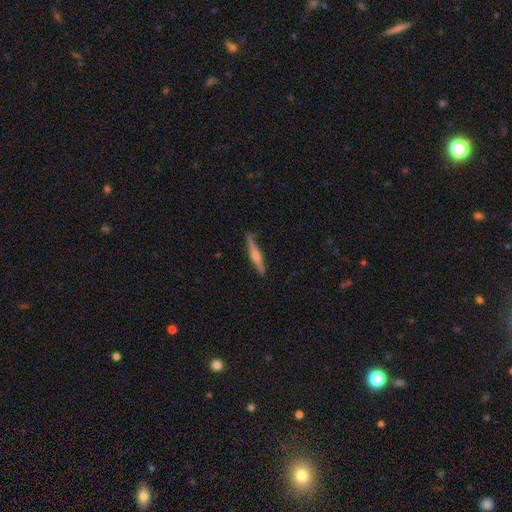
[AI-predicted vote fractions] smooth_or_featured: featured or disk (p=0.70) [alt: smooth p=0.24]
disk_edge_on: yes (p=0.98) [alt: no p=0.02]
edge_on_bulge: rounded (p=0.88) [alt: boxy p=0.07]
merging: none (p=0.87) [alt: minor disturbance p=0.10]